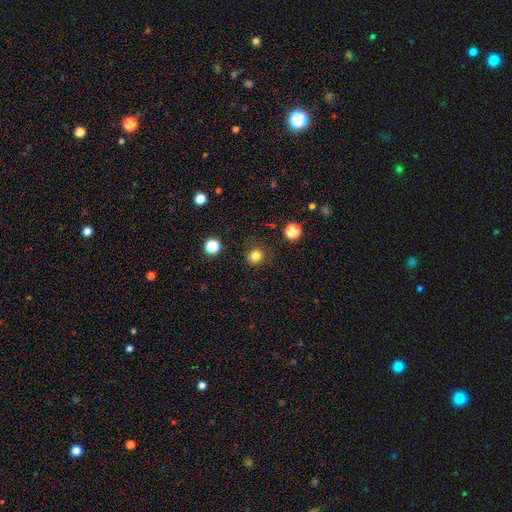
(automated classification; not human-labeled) smooth-or-featured: smooth: 82% | star or artifact: 14% | featured or disk: 4%
  how-rounded: round: 93% | in between: 6% | cigar-shaped: 1%
  merging: none: 89% | minor disturbance: 7% | major disturbance: 2% | merger: 1%